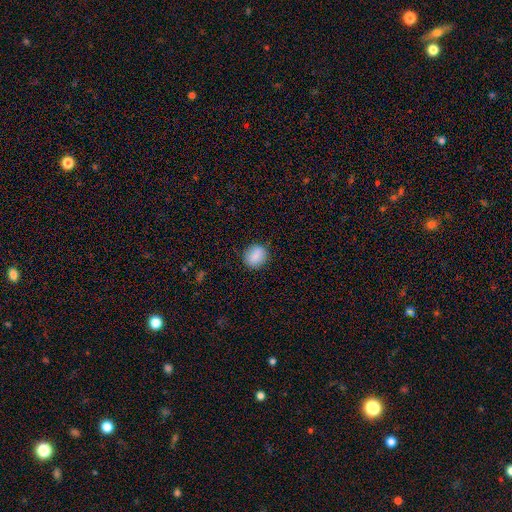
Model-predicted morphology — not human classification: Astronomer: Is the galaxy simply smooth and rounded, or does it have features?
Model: smooth — 86%.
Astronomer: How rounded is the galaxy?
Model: round — 72%.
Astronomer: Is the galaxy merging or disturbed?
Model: none — 86%.